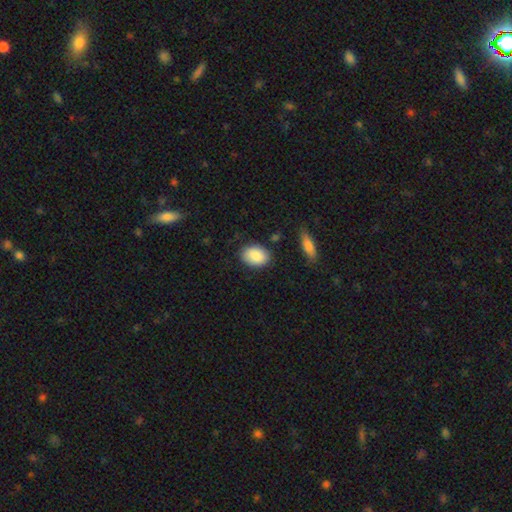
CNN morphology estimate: Smooth or featured? smooth (88%)
How rounded? in between (82%)
Merging? none (81%)